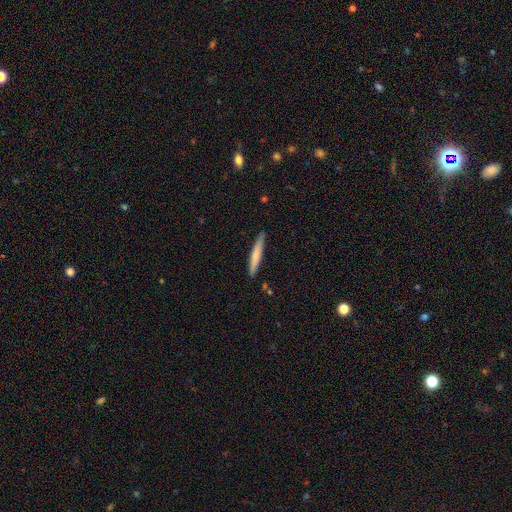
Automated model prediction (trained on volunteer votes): Smooth or featured: smooth — 71% (featured or disk — 23%)
How rounded: cigar-shaped — 94% (in between — 4%)
Merging: none — 87% (minor disturbance — 10%)